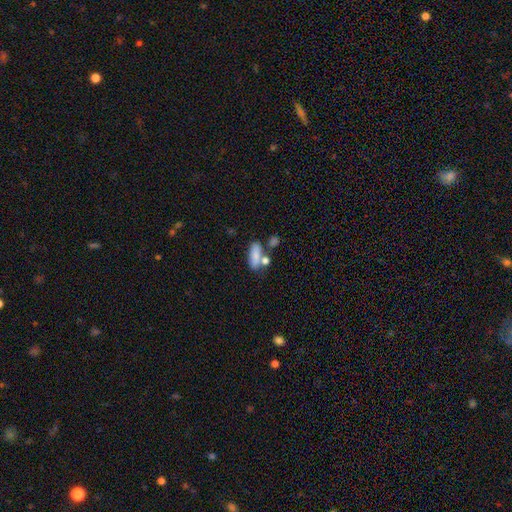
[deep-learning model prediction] This appears to be a smooth galaxy with no disk features (77%) that is in between round and cigar-shaped (75%). Merging: none (46%).